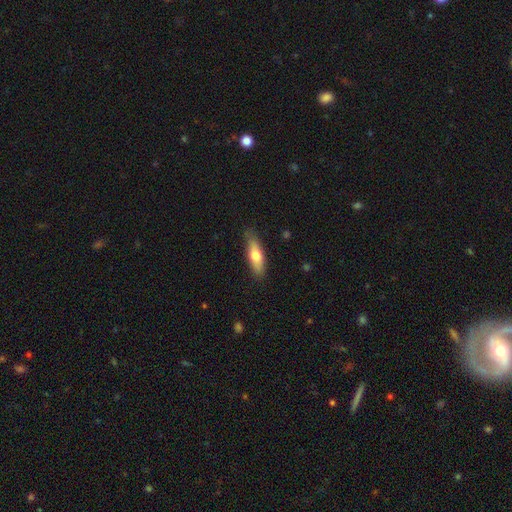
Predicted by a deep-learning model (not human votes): smooth 68%, featured or disk 27%, star or artifact 6%. Down the decision tree: how rounded — in between (51%); merging — none (81%).